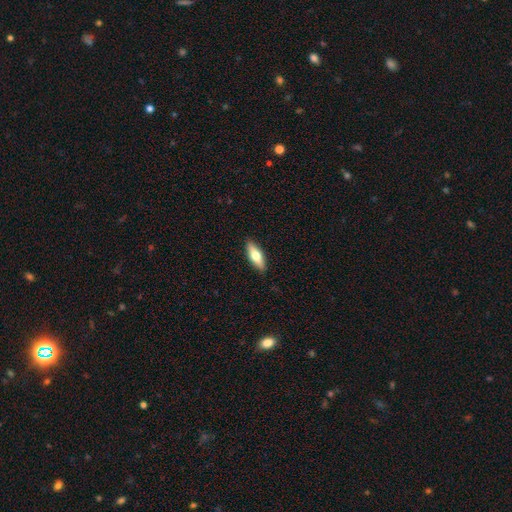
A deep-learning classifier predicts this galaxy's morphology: smooth-or-featured: smooth: 62% | featured or disk: 32% | star or artifact: 6%
  how-rounded: in between: 60% | cigar-shaped: 38% | round: 3%
  merging: none: 90% | minor disturbance: 8% | major disturbance: 2% | merger: 1%